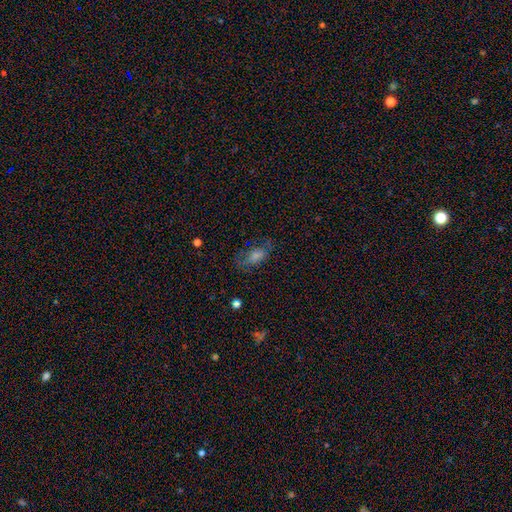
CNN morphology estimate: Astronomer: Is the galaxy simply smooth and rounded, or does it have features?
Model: smooth — 49% (runner-up: featured or disk, 30%).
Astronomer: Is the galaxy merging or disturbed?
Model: none — 62%.